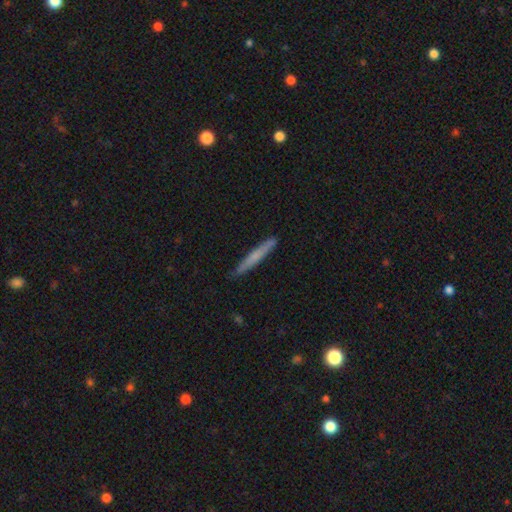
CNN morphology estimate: smooth_or_featured: smooth (p=0.61) [alt: featured or disk p=0.33]
how_rounded: cigar-shaped (p=0.96) [alt: in between p=0.02]
merging: none (p=0.89) [alt: minor disturbance p=0.09]